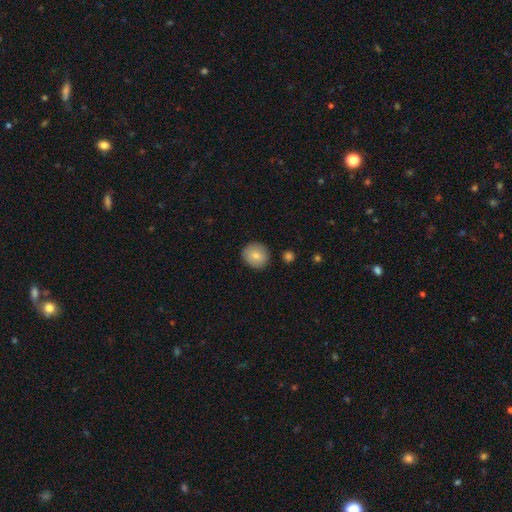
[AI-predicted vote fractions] Smooth or featured? smooth (82%)
How rounded? round (84%)
Merging? none (87%)